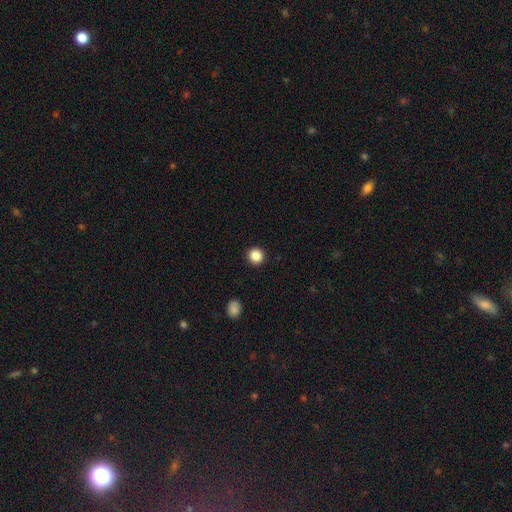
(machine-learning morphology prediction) Overall: smooth (87%). How rounded: round (95%). Merging: none (93%).